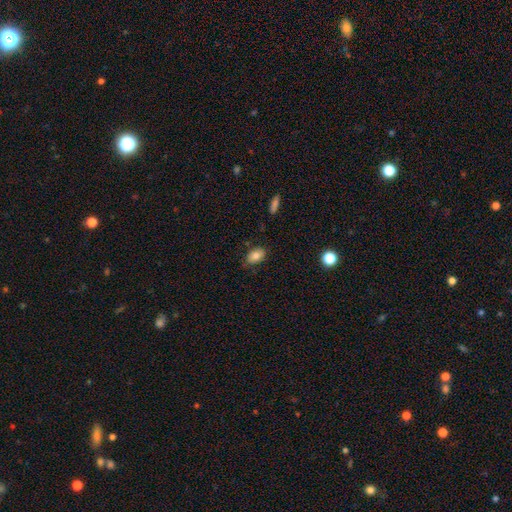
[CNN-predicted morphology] type=smooth (81%); roundness=in between (87%); merging=none (77%).